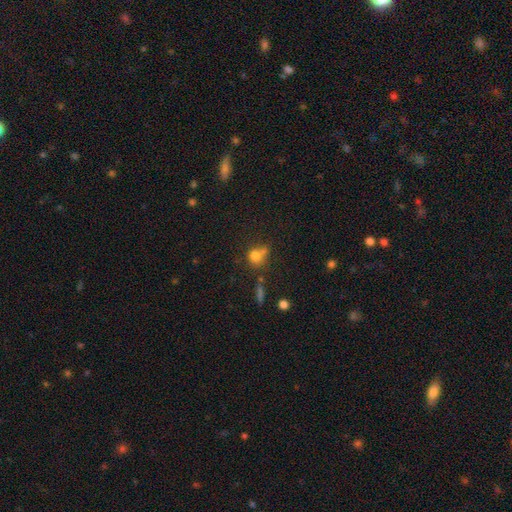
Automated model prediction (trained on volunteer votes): A smooth galaxy with no disk features (76%) that is round (81%). Merging: none (46%).